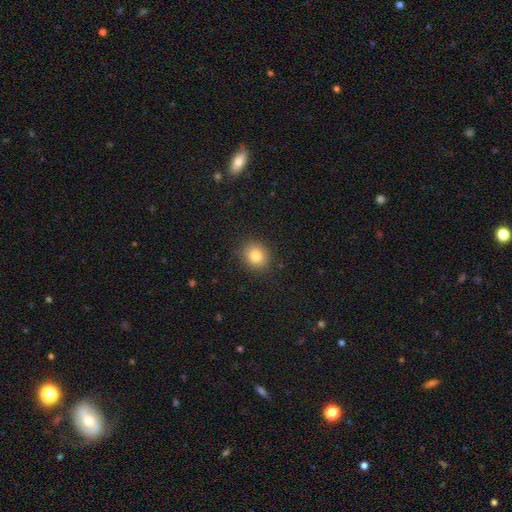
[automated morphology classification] smooth-or-featured: smooth: 80% | star or artifact: 12% | featured or disk: 8%
  how-rounded: round: 78% | in between: 21% | cigar-shaped: 1%
  merging: none: 89% | minor disturbance: 8% | major disturbance: 2% | merger: 1%